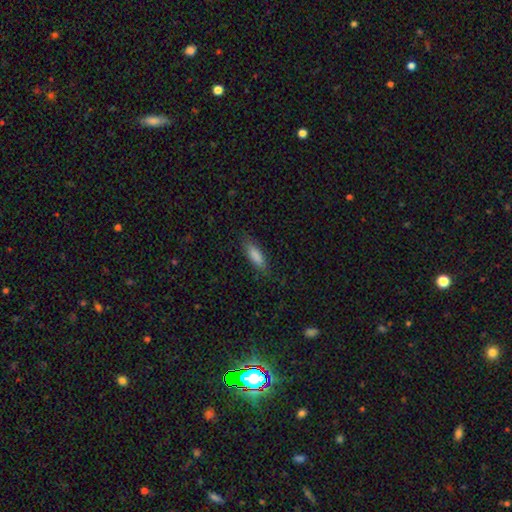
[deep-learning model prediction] Overall: smooth (85%). How rounded: in between (53%; cigar-shaped 46%). Merging: none (81%).